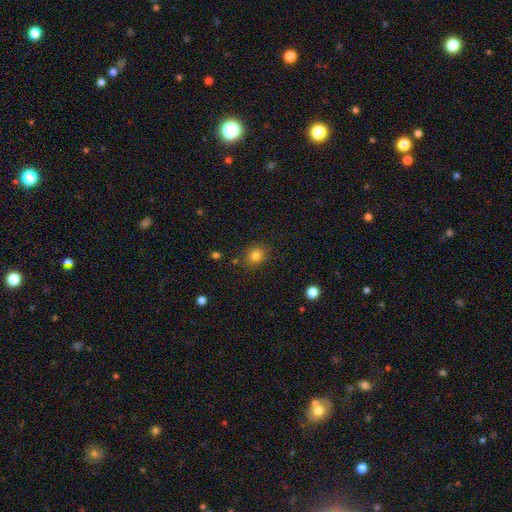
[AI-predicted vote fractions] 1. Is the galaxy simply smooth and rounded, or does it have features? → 81% smooth, 13% star or artifact, 6% featured or disk.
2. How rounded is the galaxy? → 74% round, 25% in between, 1% cigar-shaped.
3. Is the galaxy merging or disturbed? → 84% none, 11% minor disturbance, 3% major disturbance, 3% merger.